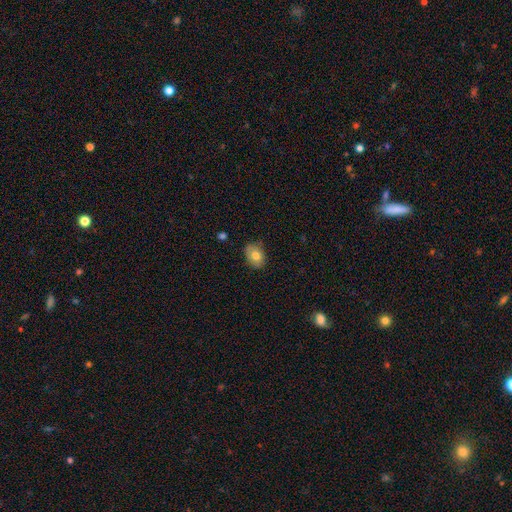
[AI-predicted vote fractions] Smooth or featured: smooth — 76% (featured or disk — 16%)
How rounded: in between — 73% (round — 26%)
Merging: none — 81% (minor disturbance — 15%)